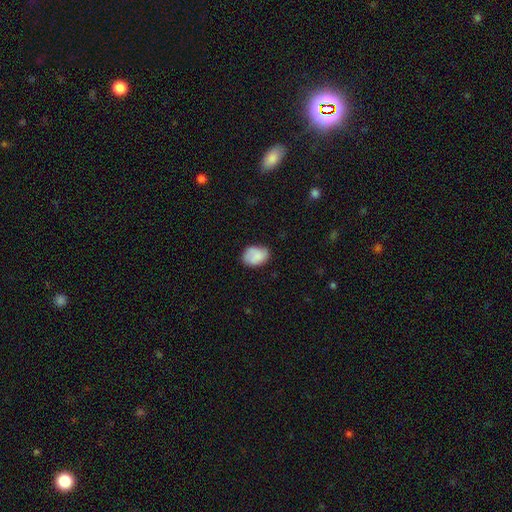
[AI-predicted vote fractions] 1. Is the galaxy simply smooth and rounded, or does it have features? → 81% smooth, 11% featured or disk, 7% star or artifact.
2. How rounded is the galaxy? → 75% in between, 24% round, 1% cigar-shaped.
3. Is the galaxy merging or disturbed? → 67% none, 25% minor disturbance, 6% major disturbance, 2% merger.